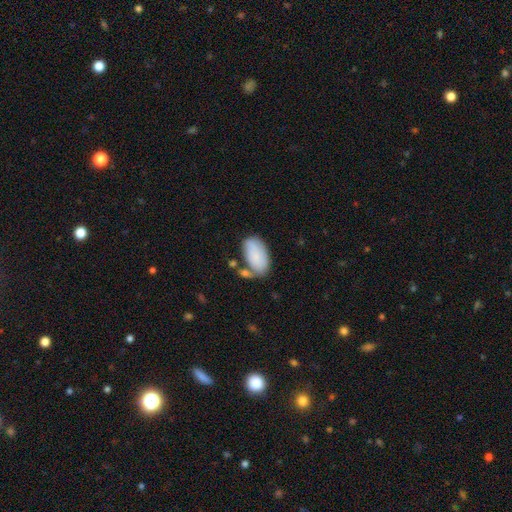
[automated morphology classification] Smooth or featured? Predicted: smooth (p=0.77). How rounded? Predicted: in between (p=0.95). Merging? Predicted: none (p=0.50).